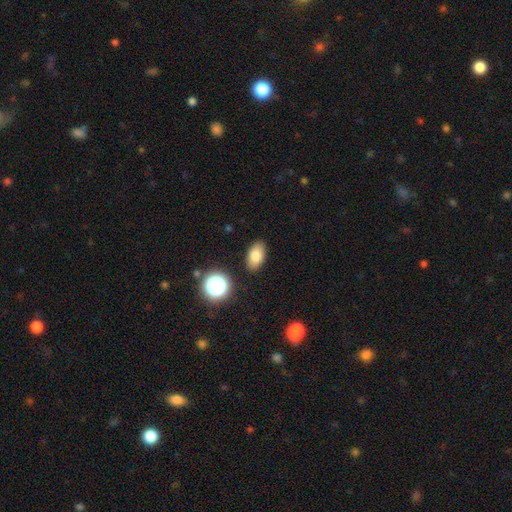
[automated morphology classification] A smooth galaxy with no disk features (79%) that is in between round and cigar-shaped (90%). Merging: none (87%).